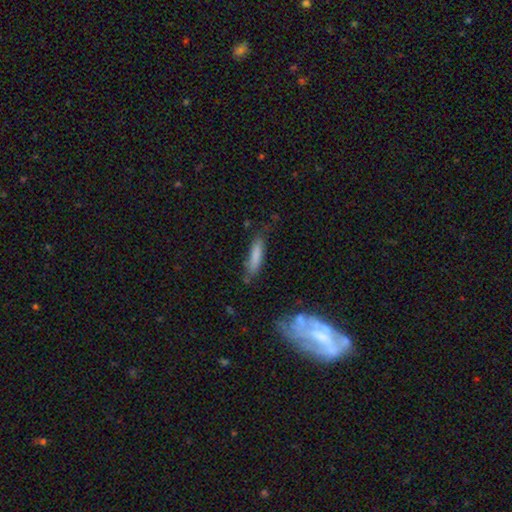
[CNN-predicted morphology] Smooth or featured? Predicted: smooth (p=0.78). How rounded? Predicted: cigar-shaped (p=0.78). Merging? Predicted: none (p=0.67).